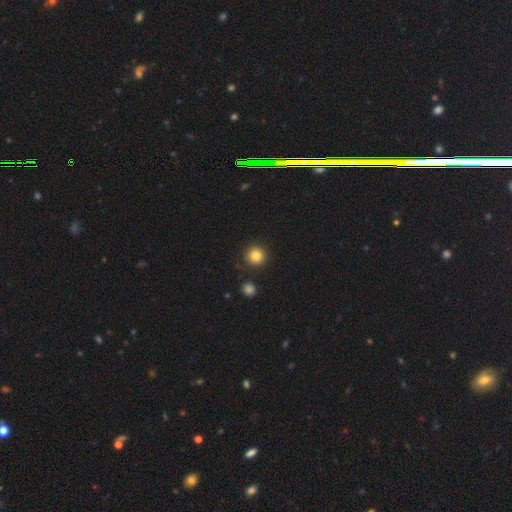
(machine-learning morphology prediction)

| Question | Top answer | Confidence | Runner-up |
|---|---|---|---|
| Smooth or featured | smooth | 84% | star or artifact (11%) |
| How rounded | round | 95% | in between (5%) |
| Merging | none | 89% | minor disturbance (6%) |